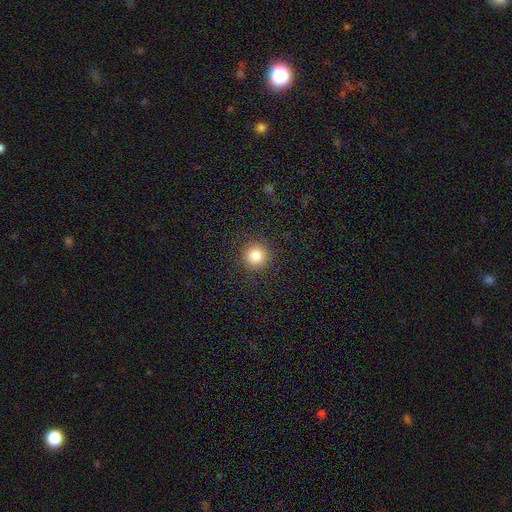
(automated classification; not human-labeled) A smooth galaxy with no disk features (85%) that is round (95%). Merging: none (91%).